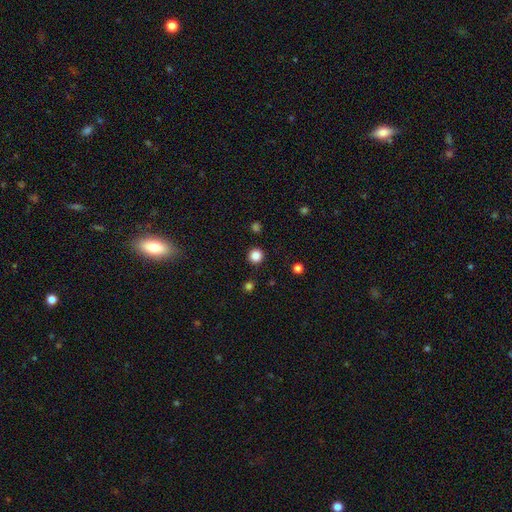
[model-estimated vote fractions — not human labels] smooth 85%, star or artifact 12%, featured or disk 3%. Down the decision tree: how rounded — round (96%); merging — none (92%).